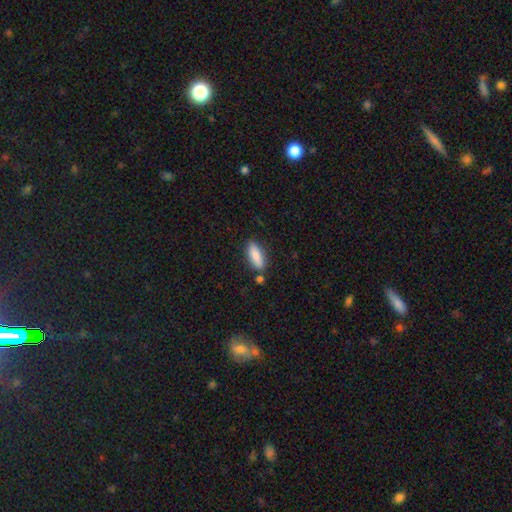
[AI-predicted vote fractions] Morphology: type=smooth (84%); roundness=in between (60%); merging=none (80%).